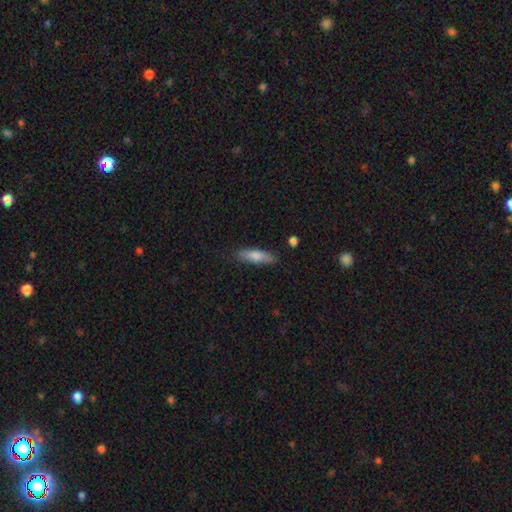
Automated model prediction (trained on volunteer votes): Smooth or featured?
  - smooth: 76% *
  - featured or disk: 18%
  - star or artifact: 6%
How rounded?
  - cigar-shaped: 62% *
  - in between: 36%
  - round: 2%
Merging?
  - none: 82% *
  - minor disturbance: 13%
  - major disturbance: 3%
  - merger: 2%